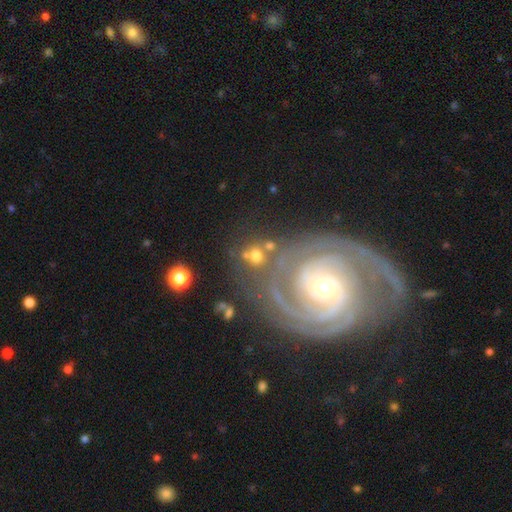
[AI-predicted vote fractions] Q: Smooth or featured?
A: smooth (53%); runner-up: featured or disk (32%)
Q: How rounded?
A: round (81%); runner-up: in between (17%)
Q: Merging?
A: none (60%); runner-up: merger (16%)